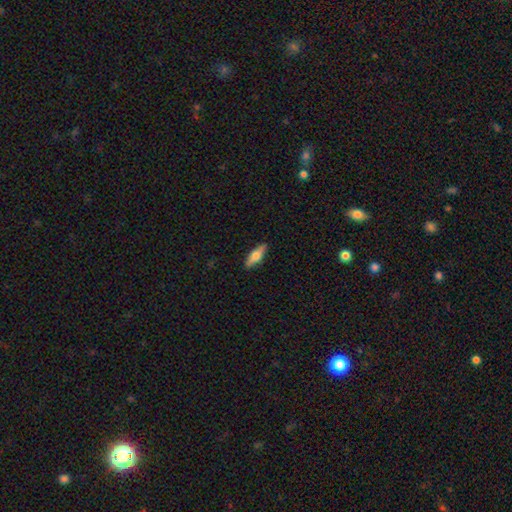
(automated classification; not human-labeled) Smooth or featured? Predicted: smooth (p=0.63). How rounded? Predicted: in between (p=0.51). Merging? Predicted: none (p=0.89).